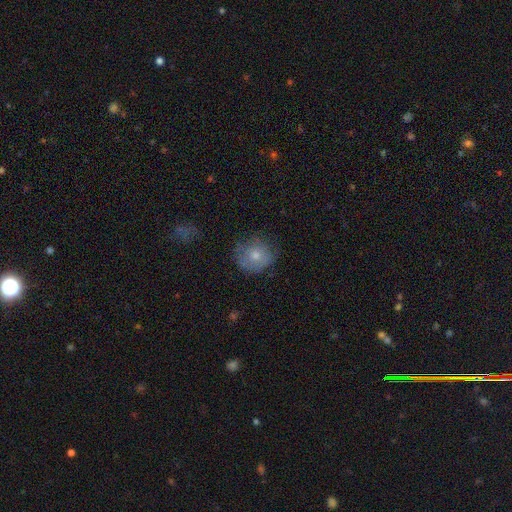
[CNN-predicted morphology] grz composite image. It shows a smooth galaxy with no disk features (70%) that is round (84%). Merging: none (65%).